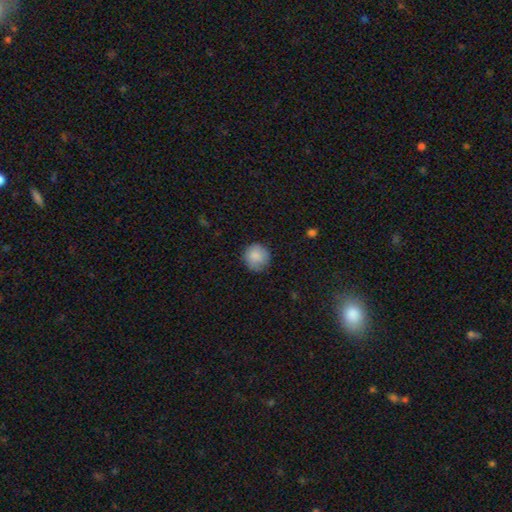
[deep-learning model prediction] Smooth or featured? smooth (87%)
How rounded? round (93%)
Merging? none (83%)